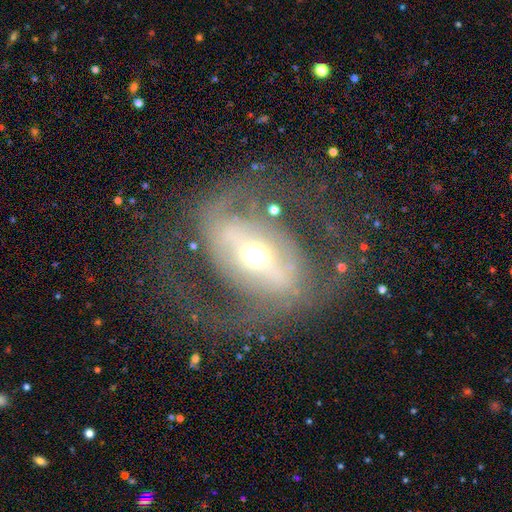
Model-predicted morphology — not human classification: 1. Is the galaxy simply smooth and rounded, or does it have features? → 71% featured or disk, 20% smooth, 9% star or artifact.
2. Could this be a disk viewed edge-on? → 90% no, 10% yes.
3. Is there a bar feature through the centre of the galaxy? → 52% strong, 25% weak, 23% no.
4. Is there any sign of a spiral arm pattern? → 51% no, 49% yes.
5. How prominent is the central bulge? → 62% moderate, 17% large, 15% small, 5% dominant, 1% none.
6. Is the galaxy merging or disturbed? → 60% none, 23% major disturbance, 14% minor disturbance, 3% merger.